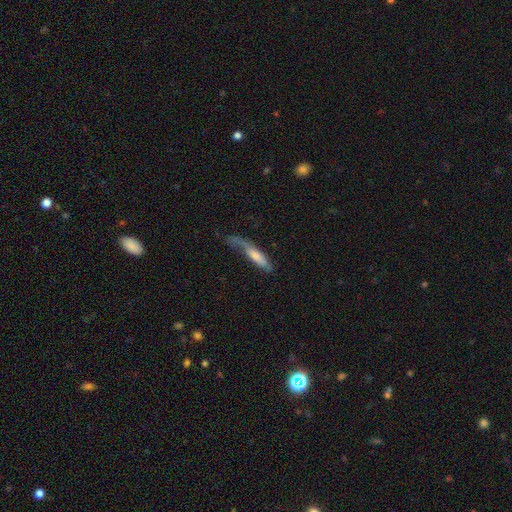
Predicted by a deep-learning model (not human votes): smooth_or_featured: smooth (p=0.54) [alt: featured or disk p=0.39]
how_rounded: cigar-shaped (p=0.75) [alt: in between p=0.23]
merging: none (p=0.37) [alt: major disturbance p=0.31]